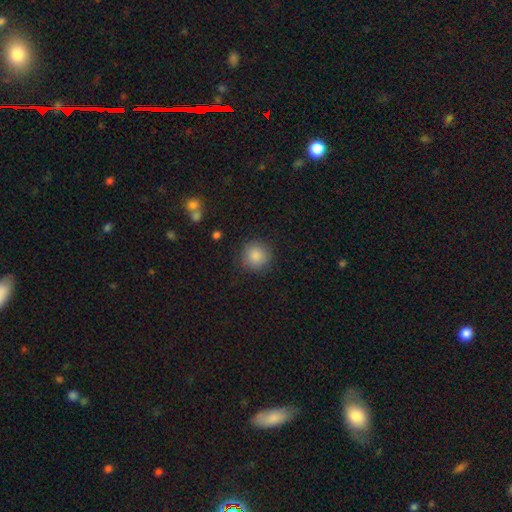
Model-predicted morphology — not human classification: Smooth or featured: smooth — 87% (star or artifact — 9%)
How rounded: round — 94% (in between — 5%)
Merging: none — 88% (minor disturbance — 8%)